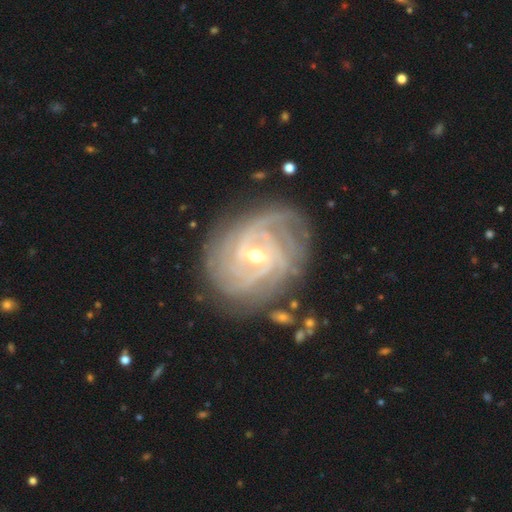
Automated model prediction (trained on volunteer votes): This is clearly a featured or disk galaxy (91%). It is clearly not viewed edge-on (97%). Bar: possibly weak (50%). Spiral arm pattern: clearly yes (98%). Spiral arm count: marginally 4 (27%). Spiral winding: likely tight (74%). Central bulge: possibly small (51%). Merging: likely none (79%).